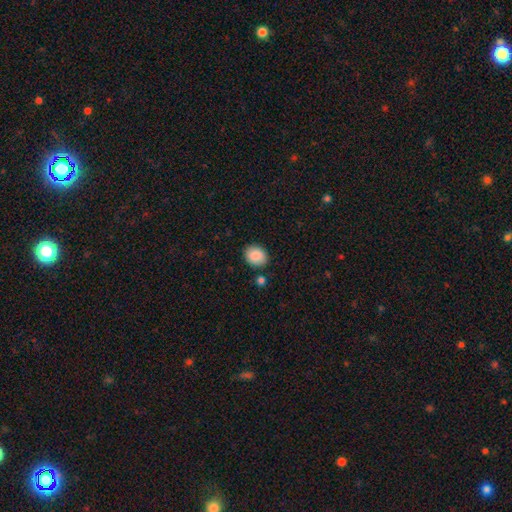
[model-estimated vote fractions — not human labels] Morphology: type=smooth (88%); roundness=round (50%); merging=none (86%).